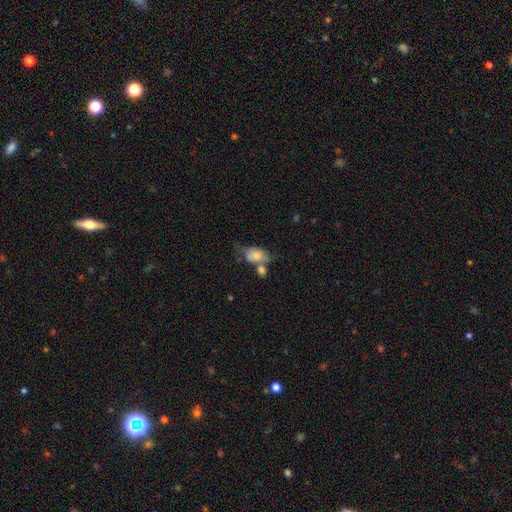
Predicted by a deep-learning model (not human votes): Smooth or featured: smooth — 73% (featured or disk — 20%)
How rounded: in between — 84% (round — 12%)
Merging: merger — 36% (none — 31%)